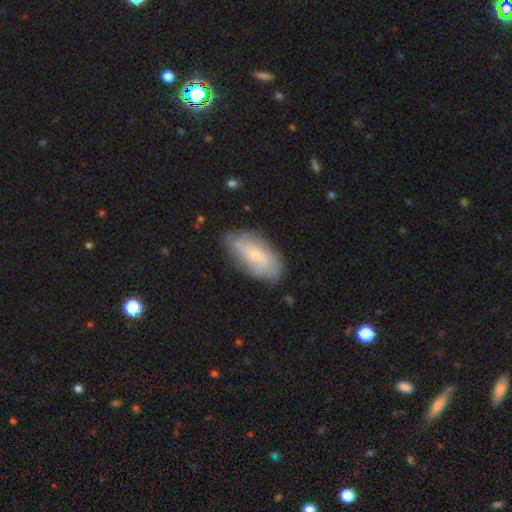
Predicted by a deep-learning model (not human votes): Overall: featured or disk (51%; smooth 43%). Edge-on disk: no (91%). Merging: none (73%).